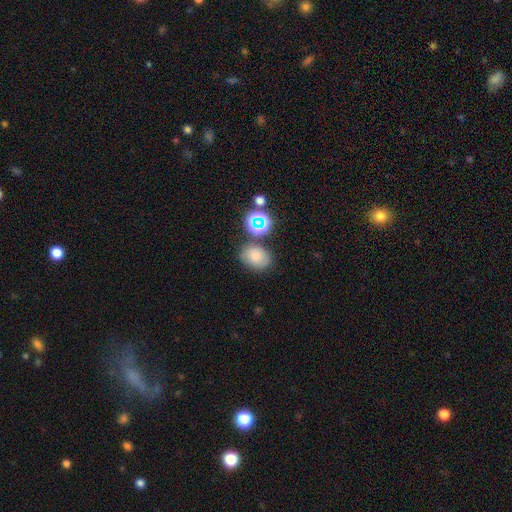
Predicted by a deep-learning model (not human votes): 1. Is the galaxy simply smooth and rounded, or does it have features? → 72% smooth, 17% star or artifact, 12% featured or disk.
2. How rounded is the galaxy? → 58% in between, 41% round, 1% cigar-shaped.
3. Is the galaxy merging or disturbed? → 70% none, 15% minor disturbance, 10% merger, 4% major disturbance.